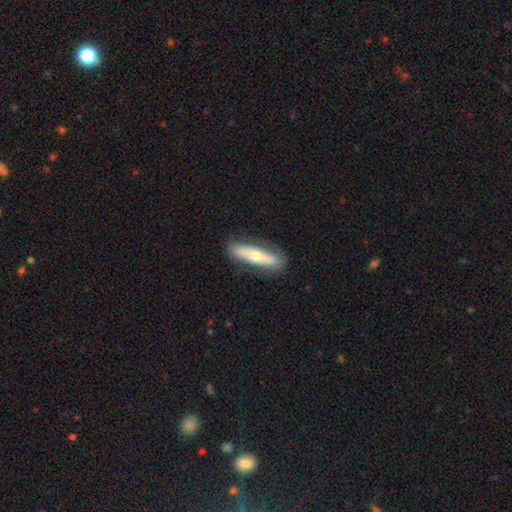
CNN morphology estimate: Q: Smooth or featured?
A: smooth (52%); runner-up: featured or disk (42%)
Q: How rounded?
A: cigar-shaped (72%); runner-up: in between (26%)
Q: Merging?
A: none (79%); runner-up: minor disturbance (15%)